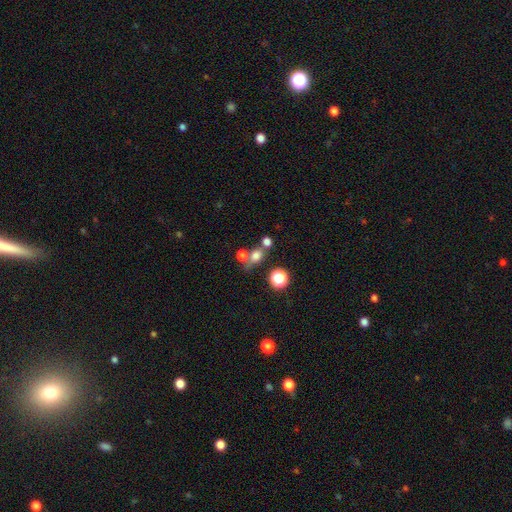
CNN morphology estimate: Smooth or featured?
  - smooth: 71% *
  - star or artifact: 18%
  - featured or disk: 11%
How rounded?
  - round: 62% *
  - in between: 36%
  - cigar-shaped: 2%
Merging?
  - none: 48% *
  - merger: 35%
  - minor disturbance: 11%
  - major disturbance: 7%